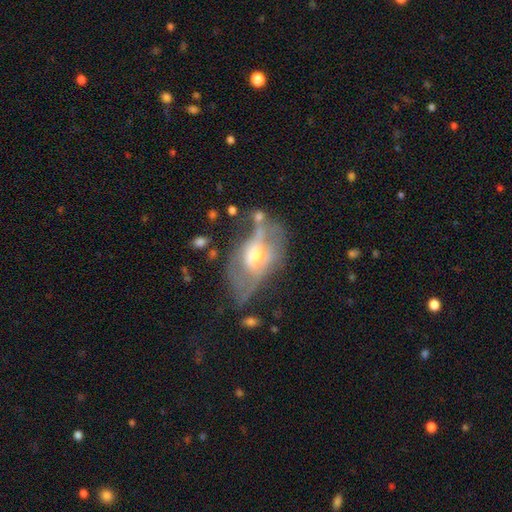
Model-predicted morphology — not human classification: Smooth or featured? Predicted: featured or disk (p=0.64). Edge-on disk? Predicted: no (p=0.86). Bar? Predicted: no (p=0.69). Spiral arms? Predicted: no (p=0.57). Bulge size? Predicted: moderate (p=0.62). Merging? Predicted: major disturbance (p=0.34).